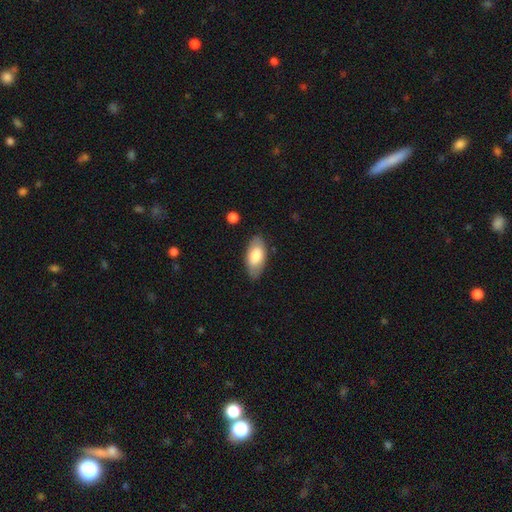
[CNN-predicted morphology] Smooth or featured? smooth (73%)
How rounded? in between (93%)
Merging? none (81%)